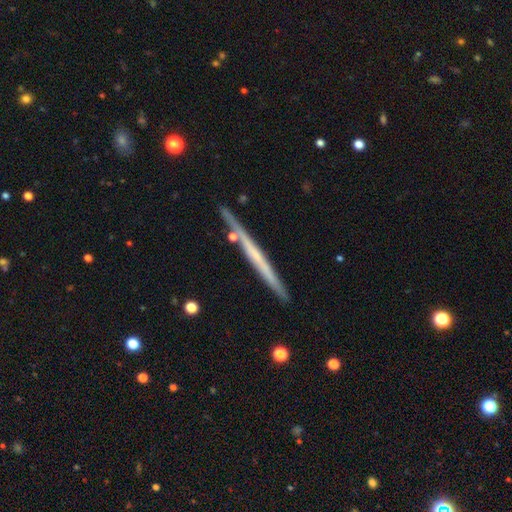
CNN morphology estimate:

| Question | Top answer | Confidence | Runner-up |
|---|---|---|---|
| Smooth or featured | featured or disk | 60% | smooth (34%) |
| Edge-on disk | yes | 96% | no (4%) |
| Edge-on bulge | none | 87% | rounded (9%) |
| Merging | none | 86% | minor disturbance (10%) |